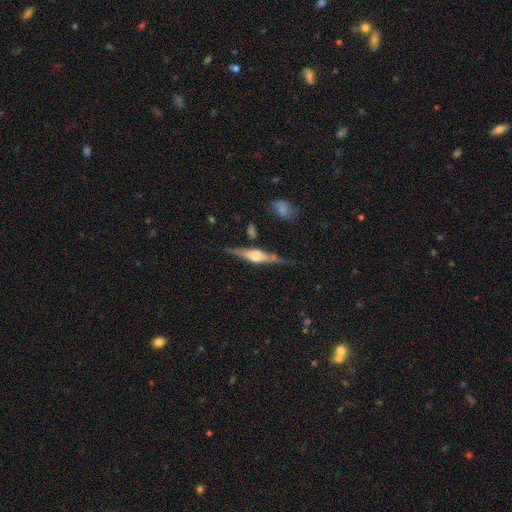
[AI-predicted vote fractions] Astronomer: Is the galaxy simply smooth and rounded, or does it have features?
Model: featured or disk — 75%.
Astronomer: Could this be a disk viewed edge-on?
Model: yes — 96%.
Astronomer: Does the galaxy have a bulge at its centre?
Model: rounded — 87%.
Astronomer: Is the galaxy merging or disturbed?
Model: none — 78%.